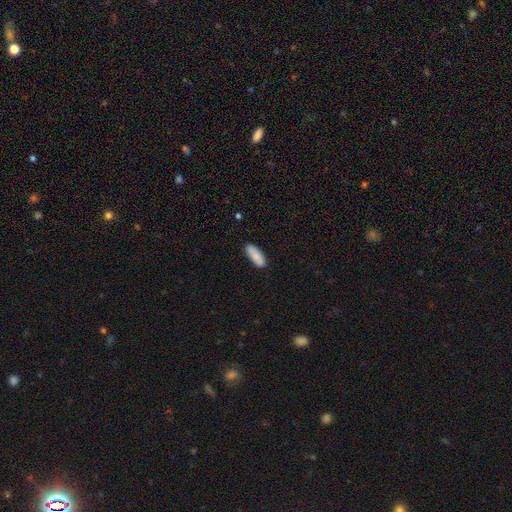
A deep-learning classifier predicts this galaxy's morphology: A smooth galaxy with no disk features (82%) that is in between round and cigar-shaped (75%). Merging: none (84%).